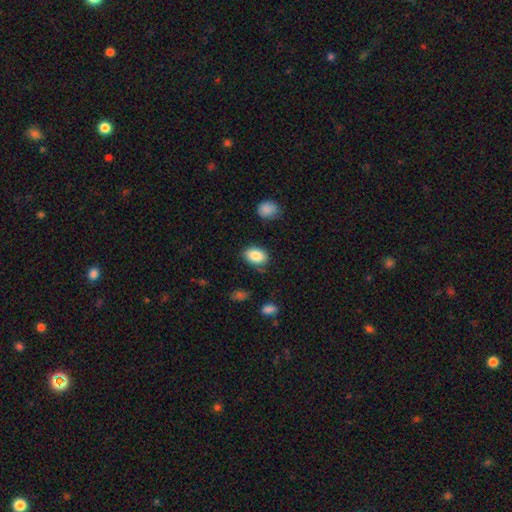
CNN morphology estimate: type=smooth (86%); roundness=in between (86%); merging=none (78%).